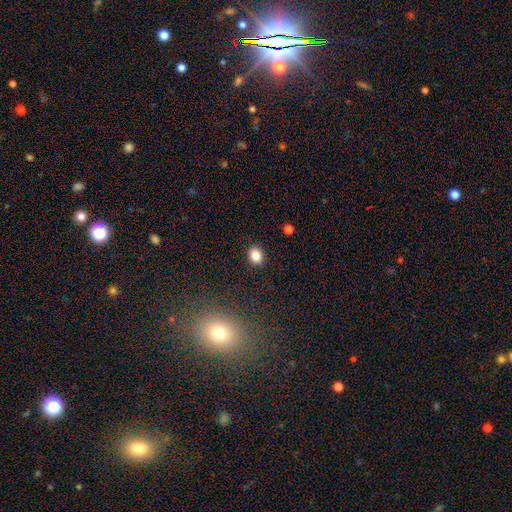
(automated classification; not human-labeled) A smooth galaxy with no disk features (85%) that is round (50%). Merging: none (89%).